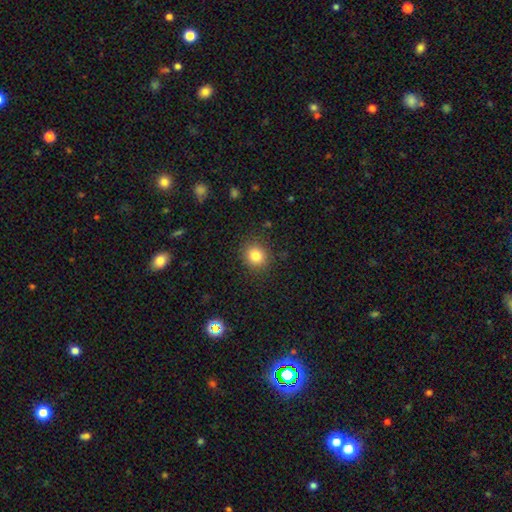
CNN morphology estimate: This appears to be a smooth galaxy with no disk features (81%) that is round (79%). Merging: none (88%).